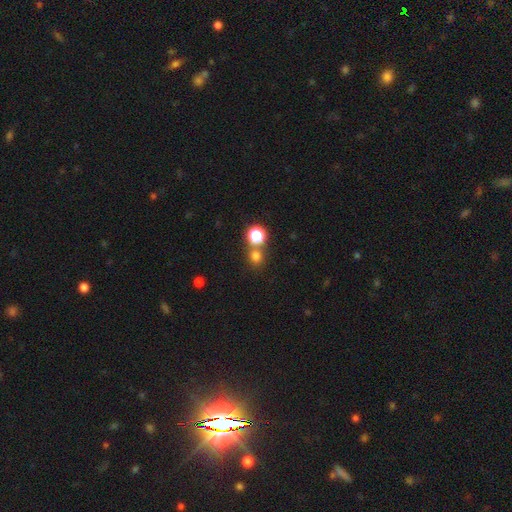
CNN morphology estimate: smooth 71%, star or artifact 23%, featured or disk 6%. Down the decision tree: how rounded — round (87%); merging — none (70%).